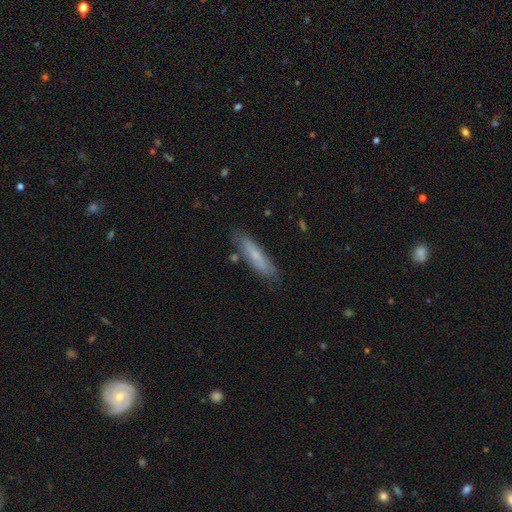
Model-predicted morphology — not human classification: Smooth or featured?
  - smooth: 63% *
  - featured or disk: 31%
  - star or artifact: 6%
How rounded?
  - cigar-shaped: 80% *
  - in between: 18%
  - round: 2%
Merging?
  - none: 78% *
  - minor disturbance: 16%
  - major disturbance: 3%
  - merger: 3%